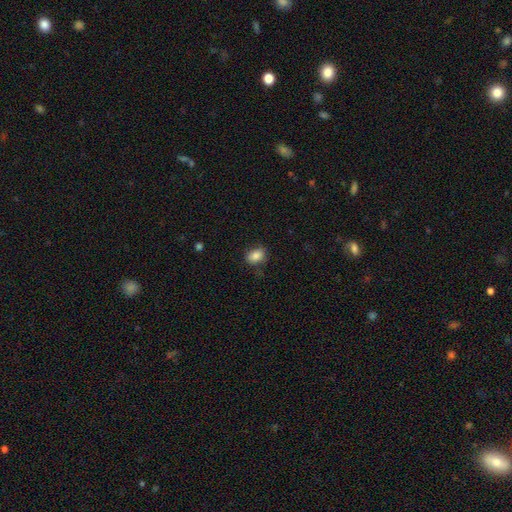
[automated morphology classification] Smooth or featured? Predicted: smooth (p=0.85). How rounded? Predicted: in between (p=0.69). Merging? Predicted: none (p=0.78).